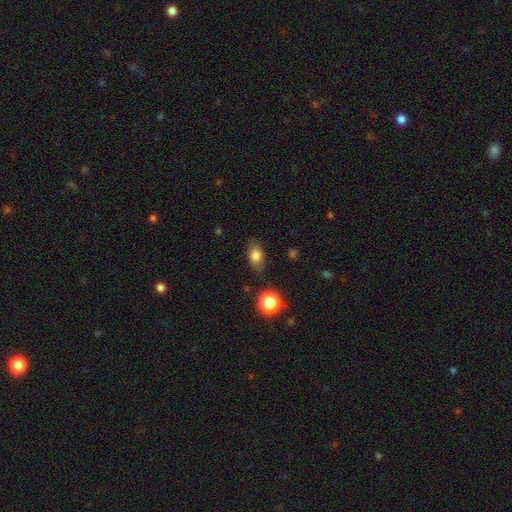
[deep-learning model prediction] A smooth galaxy with no disk features (79%) that is in between round and cigar-shaped (81%).

Vote fractions:
- Smooth or featured? smooth: 79% / featured or disk: 11% / star or artifact: 10%
- How rounded? in between: 81% / round: 14% / cigar-shaped: 4%
- Merging? none: 81% / minor disturbance: 13% / major disturbance: 3% / merger: 2%